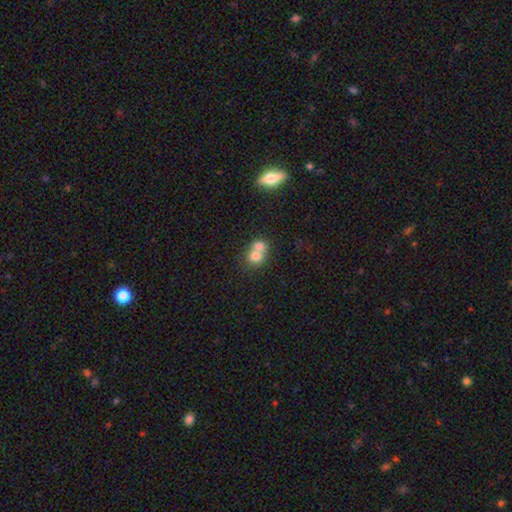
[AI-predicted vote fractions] A smooth galaxy with no disk features (73%) that is round (74%). Merging: merger (68%).